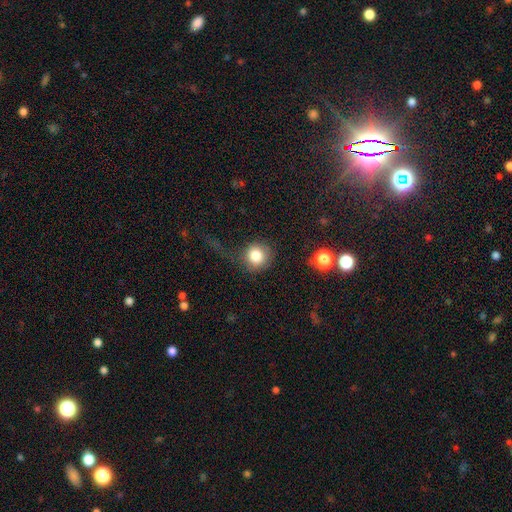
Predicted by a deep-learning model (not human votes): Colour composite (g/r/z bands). It shows a smooth galaxy with no disk features (82%) that is round (91%). Merging: none (60%).